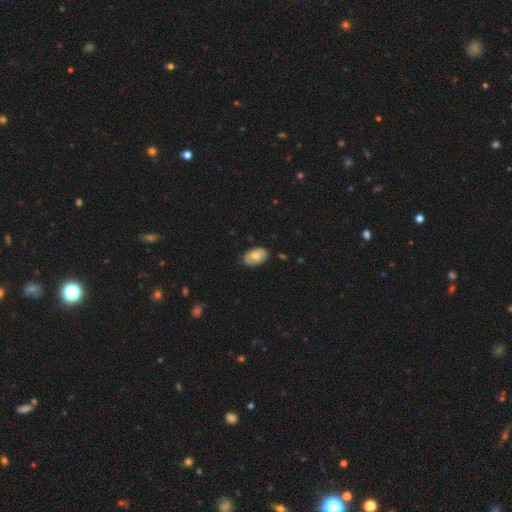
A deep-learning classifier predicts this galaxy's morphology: A smooth galaxy with no disk features (63%) that is in between round and cigar-shaped (88%).

Vote fractions:
- Smooth or featured? smooth: 63% / featured or disk: 31% / star or artifact: 6%
- How rounded? in between: 88% / round: 11% / cigar-shaped: 1%
- Merging? none: 84% / minor disturbance: 13% / major disturbance: 2% / merger: 1%